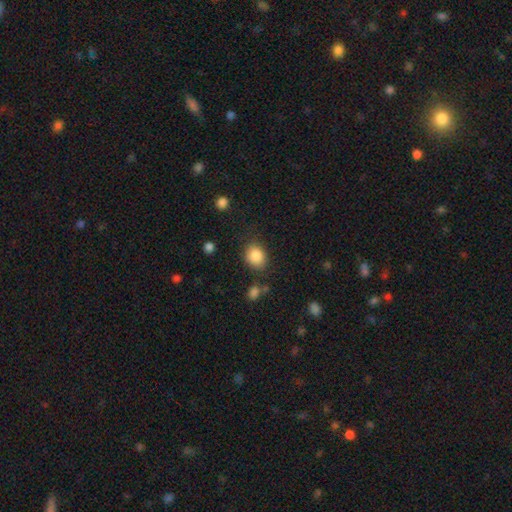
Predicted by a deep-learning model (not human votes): Smooth or featured?
  - smooth: 87% *
  - star or artifact: 9%
  - featured or disk: 5%
How rounded?
  - round: 54% *
  - in between: 45%
  - cigar-shaped: 1%
Merging?
  - none: 77% *
  - minor disturbance: 14%
  - major disturbance: 5%
  - merger: 4%